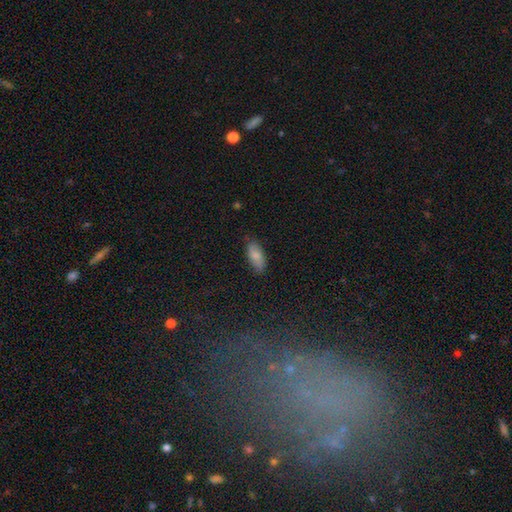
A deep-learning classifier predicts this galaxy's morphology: type=smooth (82%); roundness=in between (85%); merging=none (77%).